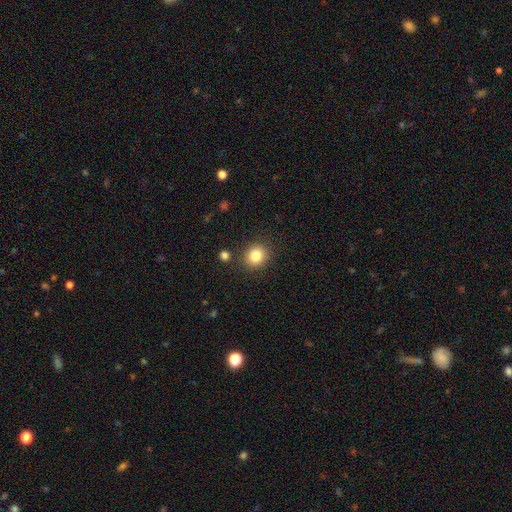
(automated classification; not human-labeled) A smooth galaxy with no disk features (84%) that is round (81%).

Vote fractions:
- Smooth or featured? smooth: 84% / star or artifact: 10% / featured or disk: 6%
- How rounded? round: 81% / in between: 19% / cigar-shaped: 1%
- Merging? none: 86% / minor disturbance: 8% / merger: 3% / major disturbance: 3%